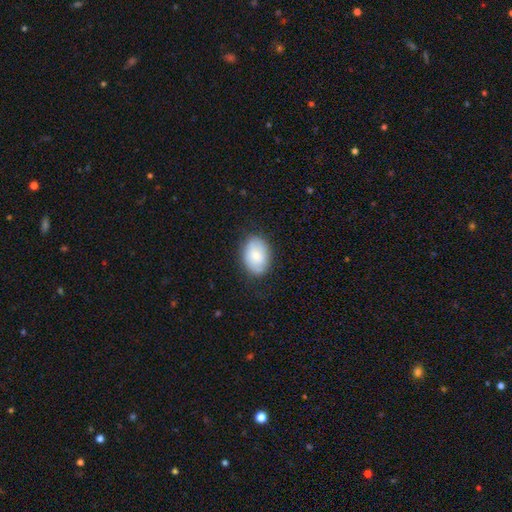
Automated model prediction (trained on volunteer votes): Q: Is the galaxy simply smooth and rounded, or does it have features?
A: smooth — 78%.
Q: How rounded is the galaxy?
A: in between — 84%.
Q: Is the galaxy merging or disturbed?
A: none — 79%.